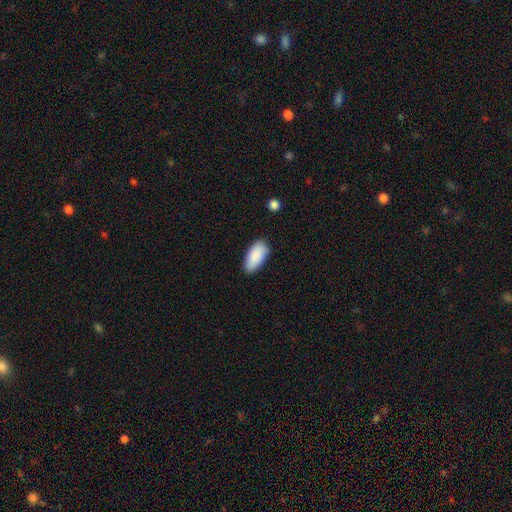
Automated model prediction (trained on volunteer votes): Morphology: type=smooth (88%); roundness=in between (91%); merging=none (80%).